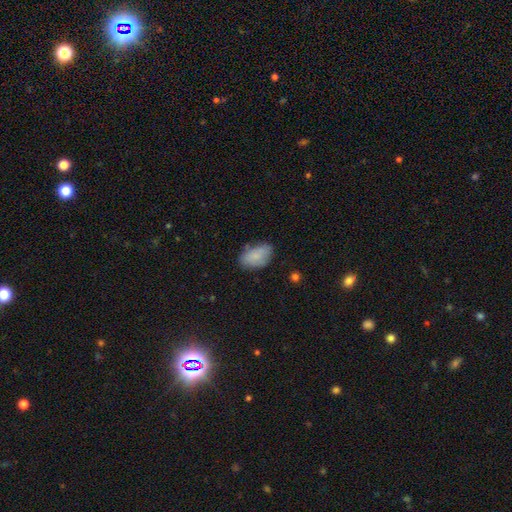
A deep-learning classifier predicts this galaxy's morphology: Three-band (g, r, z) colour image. It shows a smooth galaxy with no disk features (82%) that is in between round and cigar-shaped (91%). Merging: none (67%).